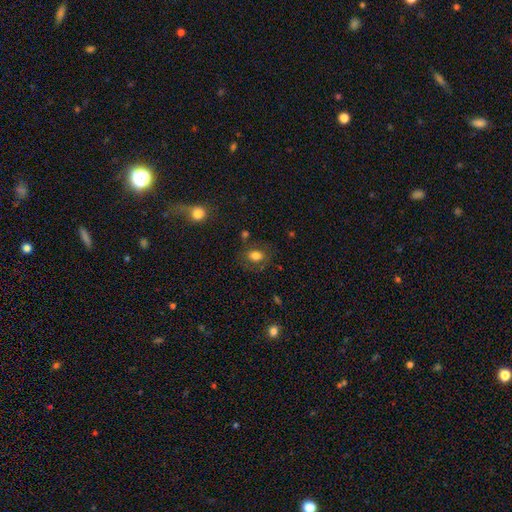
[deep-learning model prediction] smooth-or-featured: smooth: 77% | featured or disk: 12% | star or artifact: 11%
  how-rounded: in between: 56% | round: 43% | cigar-shaped: 1%
  merging: none: 74% | minor disturbance: 15% | major disturbance: 7% | merger: 4%